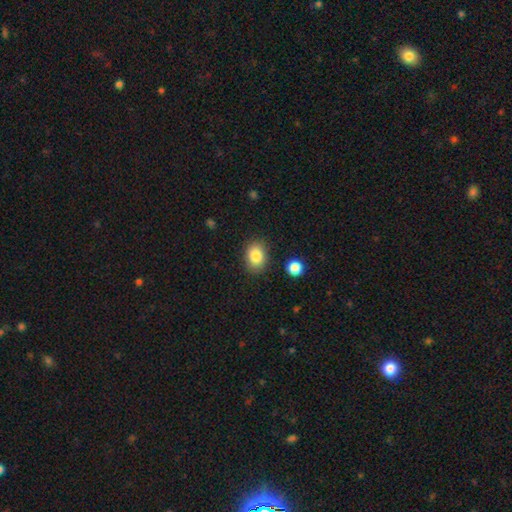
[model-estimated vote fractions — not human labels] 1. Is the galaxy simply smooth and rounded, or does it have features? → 85% smooth, 9% star or artifact, 7% featured or disk.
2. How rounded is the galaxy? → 69% in between, 30% round, 1% cigar-shaped.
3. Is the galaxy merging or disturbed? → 83% none, 11% minor disturbance, 3% major disturbance, 2% merger.